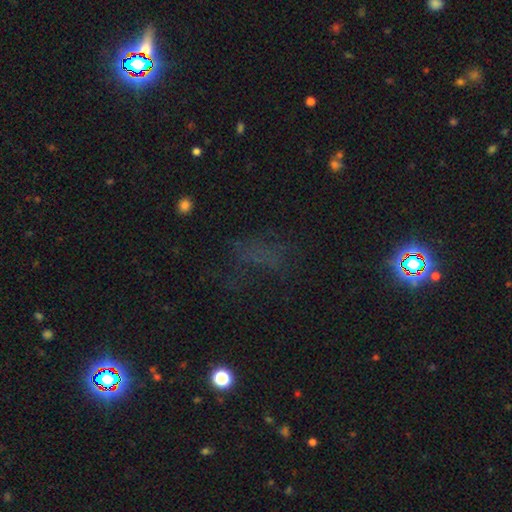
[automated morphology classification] Overall: star or artifact (53%; smooth 31%).